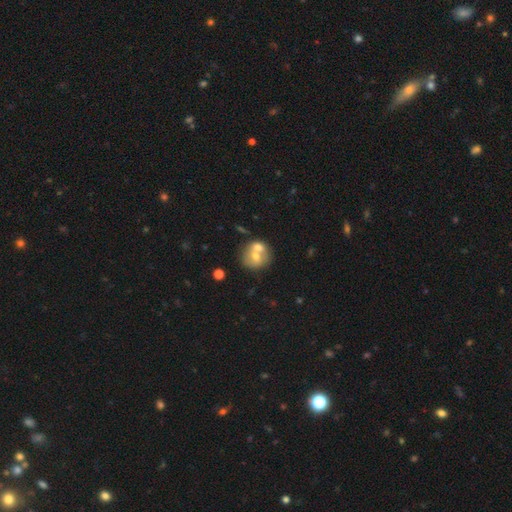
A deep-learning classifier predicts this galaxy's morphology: Smooth or featured?
  - smooth: 61% *
  - featured or disk: 30%
  - star or artifact: 8%
How rounded?
  - round: 78% *
  - in between: 21%
  - cigar-shaped: 1%
Merging?
  - merger: 54% *
  - none: 35%
  - minor disturbance: 8%
  - major disturbance: 3%